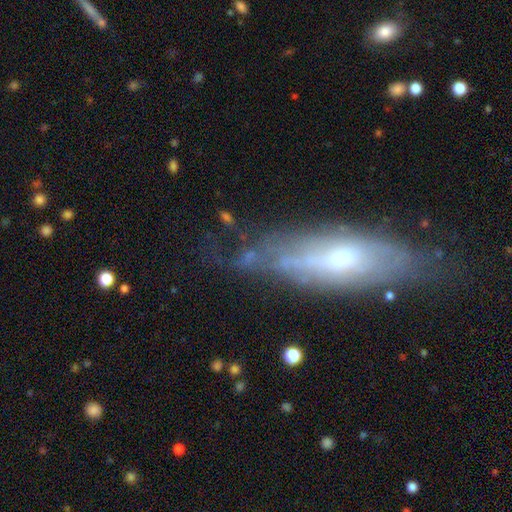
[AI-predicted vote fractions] This is likely a featured or disk galaxy (61%). It is possibly not viewed edge-on (54%). Merging: possibly none (59%).